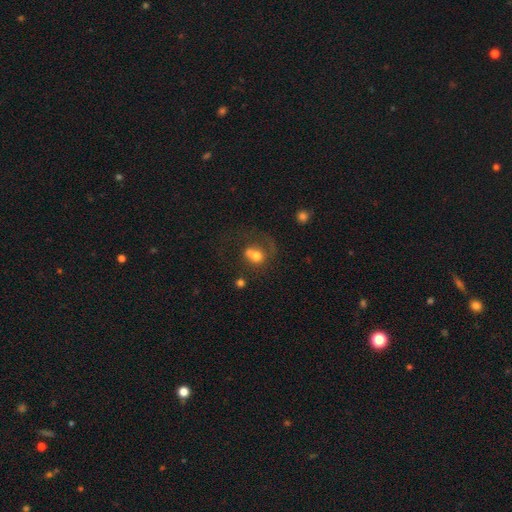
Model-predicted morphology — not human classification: Smooth or featured: smooth — 61% (featured or disk — 27%)
How rounded: round — 66% (in between — 33%)
Merging: merger — 53% (none — 22%)